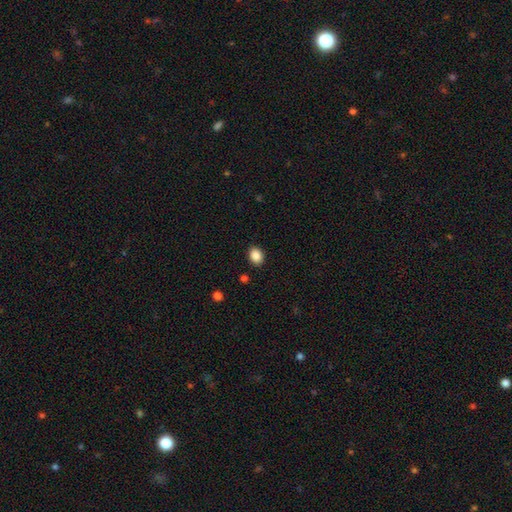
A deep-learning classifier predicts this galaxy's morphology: This appears to be a smooth galaxy with no disk features (88%) that is in between round and cigar-shaped (57%). Merging: none (89%).